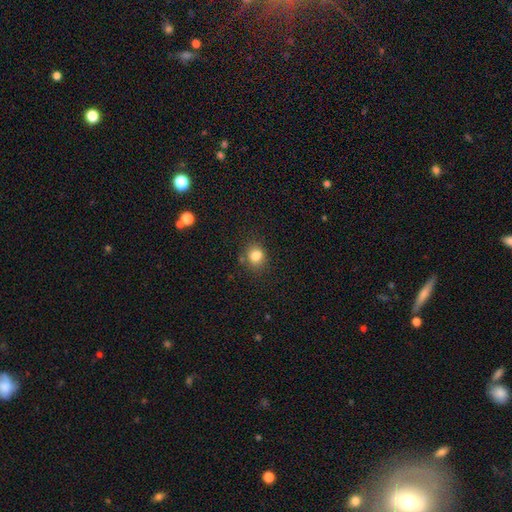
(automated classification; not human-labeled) smooth 82%, star or artifact 12%, featured or disk 6%. Down the decision tree: how rounded — round (69%); merging — none (72%).